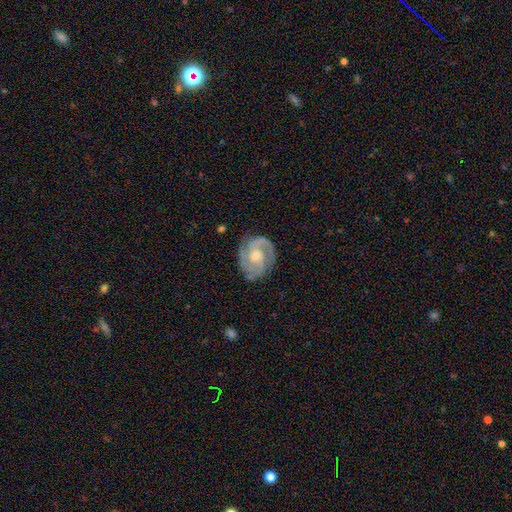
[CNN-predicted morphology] Smooth or featured? Predicted: featured or disk (p=0.88). Edge-on disk? Predicted: no (p=0.98). Bar? Predicted: no (p=0.61). Spiral arms? Predicted: yes (p=0.98). Spiral winding? Predicted: tight (p=0.53). Spiral arm count? Predicted: 2 (p=0.52). Bulge size? Predicted: moderate (p=0.62). Merging? Predicted: none (p=0.80).